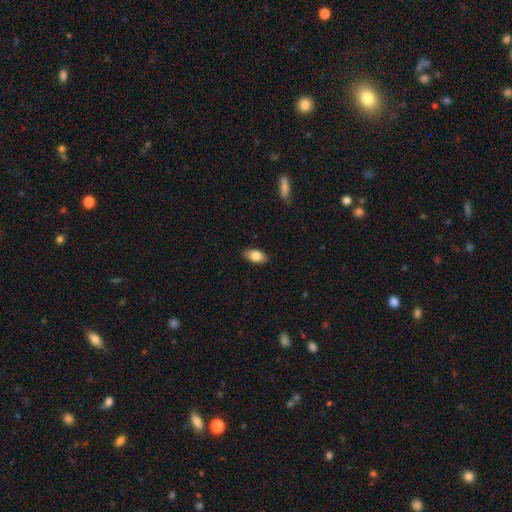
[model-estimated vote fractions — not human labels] smooth-or-featured: smooth: 80% | featured or disk: 13% | star or artifact: 7%
  how-rounded: in between: 91% | cigar-shaped: 5% | round: 4%
  merging: none: 88% | minor disturbance: 9% | major disturbance: 2% | merger: 1%